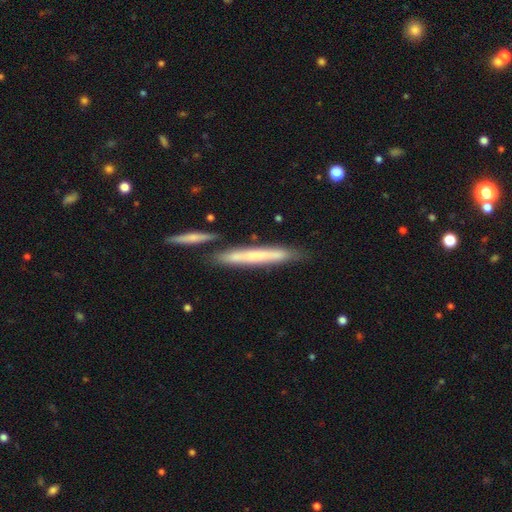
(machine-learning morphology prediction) This is possibly a smooth galaxy (50%). Merging: likely none (72%).